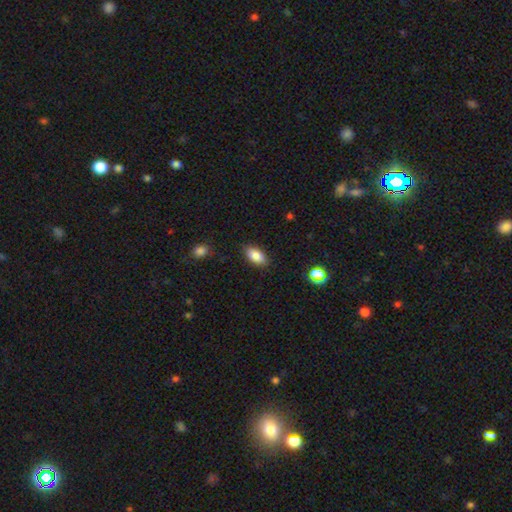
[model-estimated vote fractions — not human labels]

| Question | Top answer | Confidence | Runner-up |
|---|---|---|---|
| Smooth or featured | smooth | 86% | star or artifact (8%) |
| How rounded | in between | 91% | round (5%) |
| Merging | none | 86% | minor disturbance (10%) |